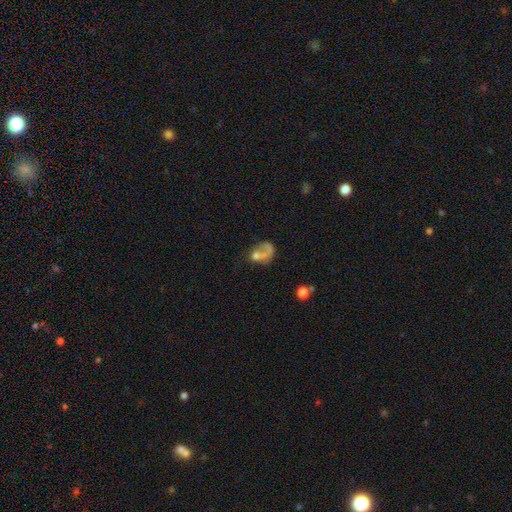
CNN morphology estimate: The model was most divided on "smooth or featured": featured or disk: 43%, smooth: 41%, star or artifact: 16%. Remaining: merging — major disturbance (35%).